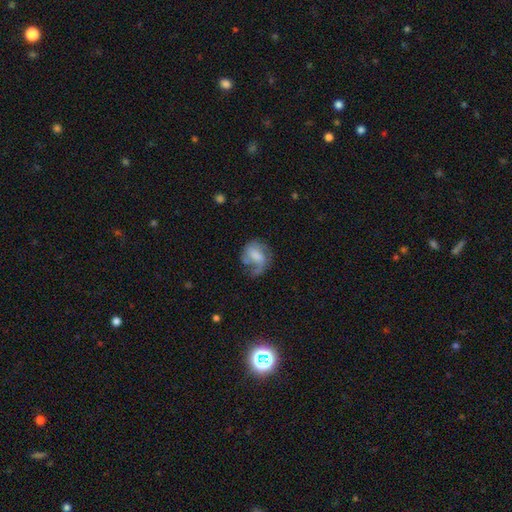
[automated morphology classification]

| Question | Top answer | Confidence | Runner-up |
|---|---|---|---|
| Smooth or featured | featured or disk | 46% | smooth (45%) |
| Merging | none | 35% | major disturbance (34%) |